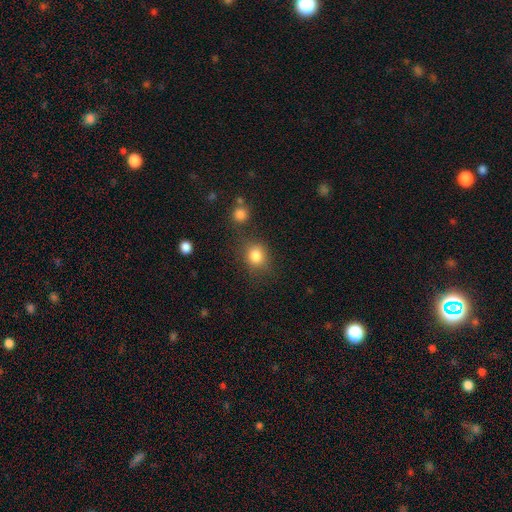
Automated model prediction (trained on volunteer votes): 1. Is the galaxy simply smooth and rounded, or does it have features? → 83% smooth, 12% star or artifact, 6% featured or disk.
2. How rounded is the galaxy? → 75% round, 23% in between, 1% cigar-shaped.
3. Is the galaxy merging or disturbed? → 73% none, 14% minor disturbance, 8% merger, 6% major disturbance.